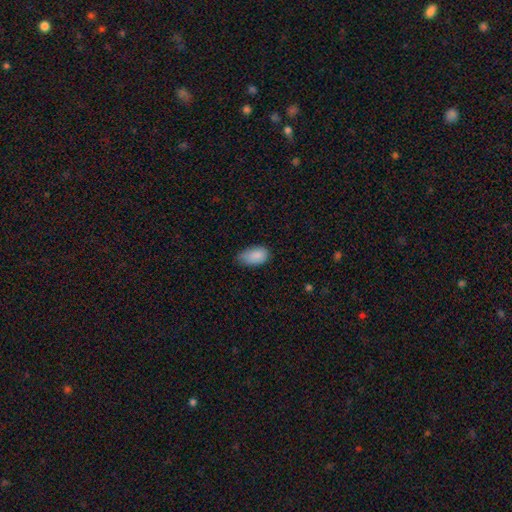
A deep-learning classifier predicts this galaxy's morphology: Q: Smooth or featured?
A: smooth (87%); runner-up: star or artifact (7%)
Q: How rounded?
A: in between (94%); runner-up: round (5%)
Q: Merging?
A: none (51%); runner-up: minor disturbance (40%)